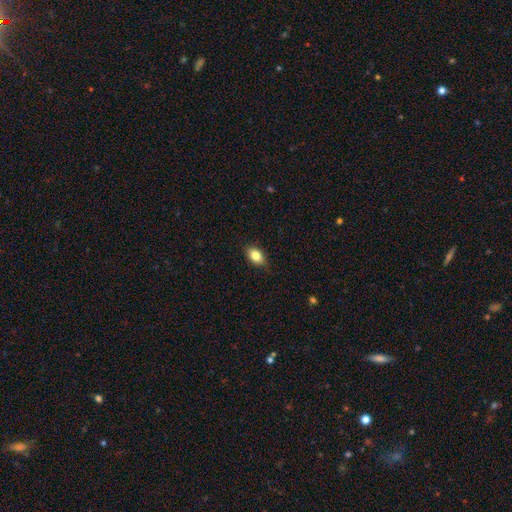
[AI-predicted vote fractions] Q: Smooth or featured?
A: smooth (84%); runner-up: star or artifact (8%)
Q: How rounded?
A: in between (84%); runner-up: round (14%)
Q: Merging?
A: none (84%); runner-up: minor disturbance (12%)